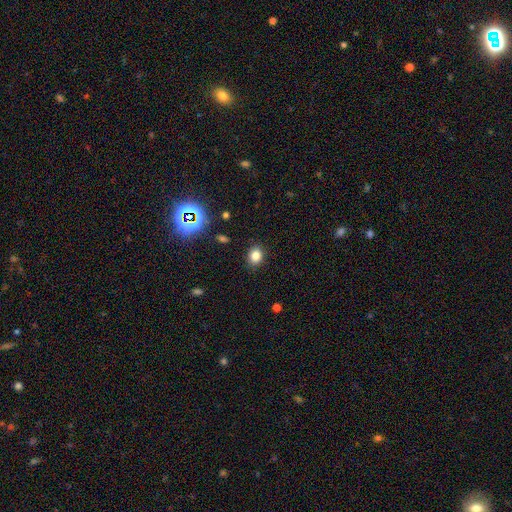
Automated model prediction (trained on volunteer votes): Smooth or featured: smooth — 80% (star or artifact — 14%)
How rounded: in between — 52% (round — 47%)
Merging: none — 87% (minor disturbance — 9%)